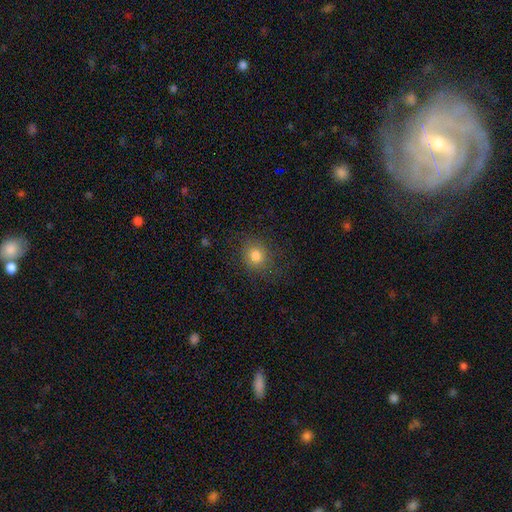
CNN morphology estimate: smooth_or_featured: smooth (p=0.80) [alt: star or artifact p=0.12]
how_rounded: round (p=0.77) [alt: in between p=0.22]
merging: none (p=0.80) [alt: minor disturbance p=0.13]